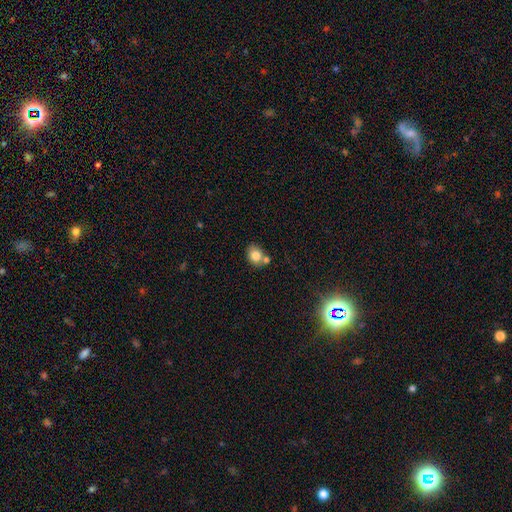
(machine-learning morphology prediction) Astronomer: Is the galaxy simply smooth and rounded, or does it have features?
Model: smooth — 79%.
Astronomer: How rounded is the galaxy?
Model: round — 51% (runner-up: in between, 48%).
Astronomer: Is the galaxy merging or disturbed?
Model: none — 59%.